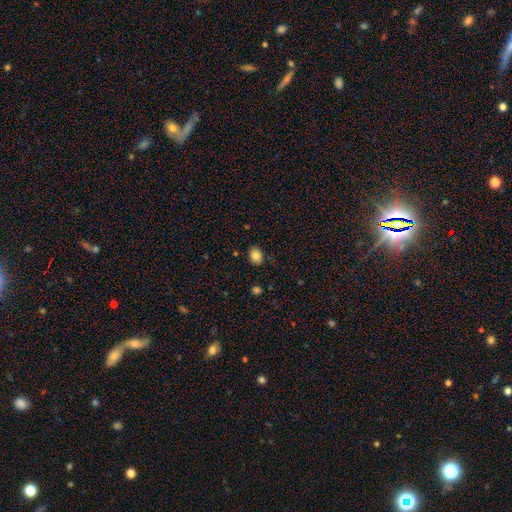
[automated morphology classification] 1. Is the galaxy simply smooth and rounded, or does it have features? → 83% smooth, 9% star or artifact, 8% featured or disk.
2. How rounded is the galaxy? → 63% in between, 36% round, 1% cigar-shaped.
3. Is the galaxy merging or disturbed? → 85% none, 11% minor disturbance, 2% major disturbance, 2% merger.